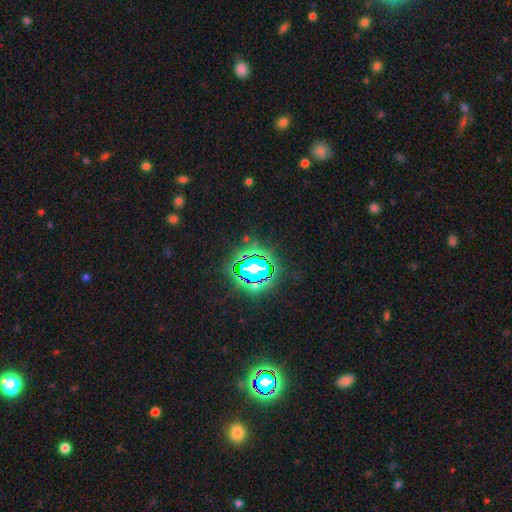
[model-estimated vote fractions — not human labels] Overall: star or artifact (80%).